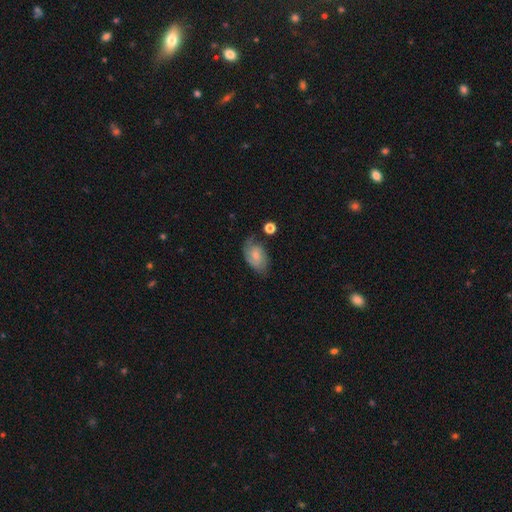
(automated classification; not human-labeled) Q: Smooth or featured?
A: smooth (50%); runner-up: featured or disk (42%)
Q: How rounded?
A: in between (88%); runner-up: round (11%)
Q: Merging?
A: none (58%); runner-up: minor disturbance (28%)